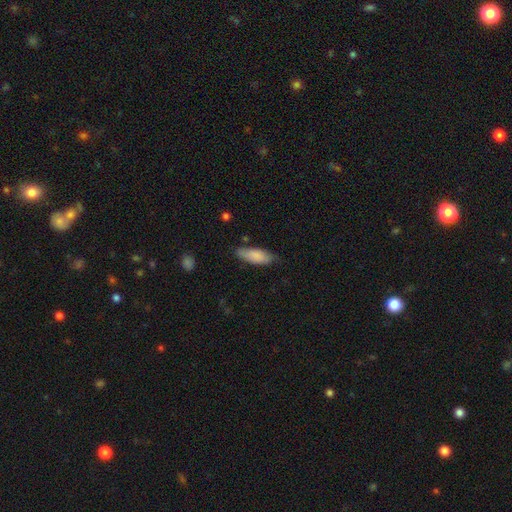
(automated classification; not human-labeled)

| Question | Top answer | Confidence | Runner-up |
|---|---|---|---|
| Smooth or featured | smooth | 83% | featured or disk (11%) |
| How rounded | in between | 68% | cigar-shaped (30%) |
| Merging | none | 72% | minor disturbance (22%) |